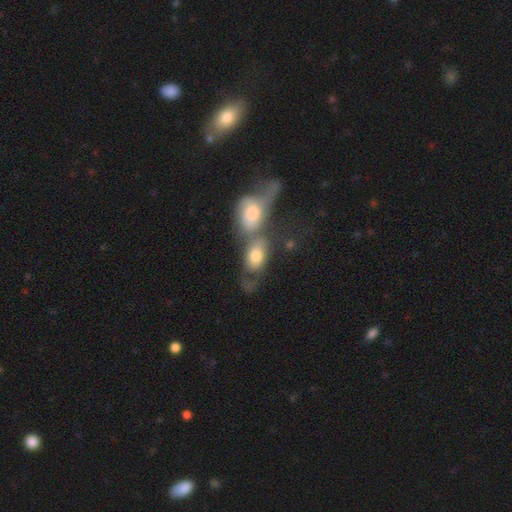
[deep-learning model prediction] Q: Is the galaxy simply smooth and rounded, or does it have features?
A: smooth — 69%.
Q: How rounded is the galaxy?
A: in between — 85%.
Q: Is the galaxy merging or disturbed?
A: merger — 64%.